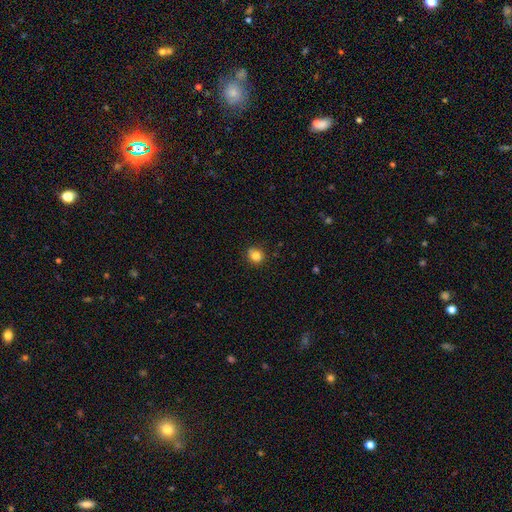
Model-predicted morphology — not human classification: Smooth or featured?
  - smooth: 82% *
  - star or artifact: 12%
  - featured or disk: 6%
How rounded?
  - round: 90% *
  - in between: 10%
  - cigar-shaped: 1%
Merging?
  - none: 81% *
  - minor disturbance: 12%
  - merger: 4%
  - major disturbance: 3%